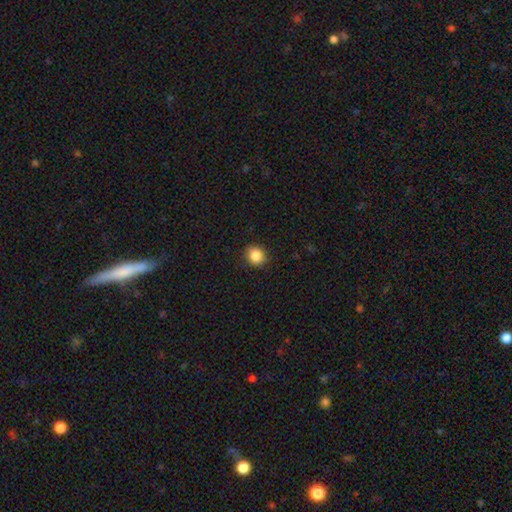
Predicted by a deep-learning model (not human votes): A smooth galaxy with no disk features (86%) that is round (85%).

Vote fractions:
- Smooth or featured? smooth: 86% / star or artifact: 10% / featured or disk: 4%
- How rounded? round: 85% / in between: 14% / cigar-shaped: 1%
- Merging? none: 87% / minor disturbance: 10% / major disturbance: 2% / merger: 1%